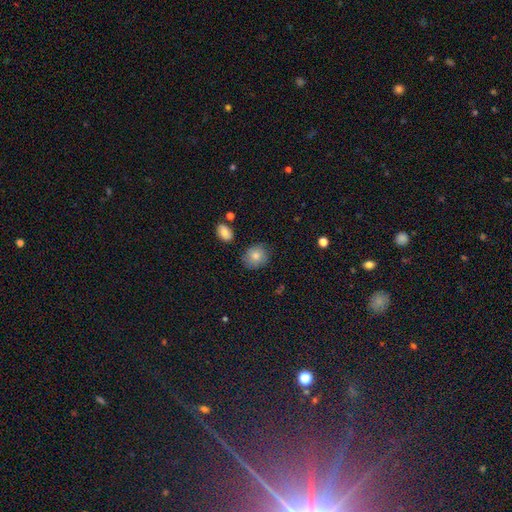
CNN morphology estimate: Smooth or featured? smooth (81%)
How rounded? round (70%)
Merging? none (79%)